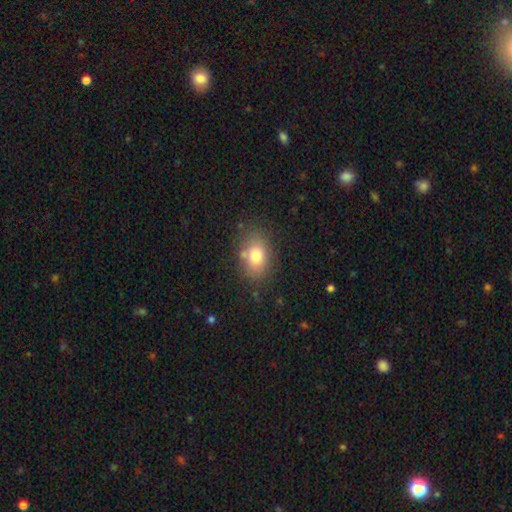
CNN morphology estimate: The model was most divided on "how rounded": in between: 73%, round: 26%, cigar-shaped: 1%. More confident: smooth or featured — smooth (76%); merging — none (76%).